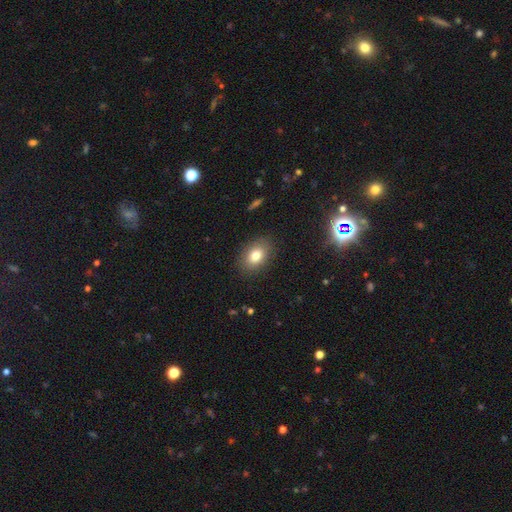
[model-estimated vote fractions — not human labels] smooth_or_featured: smooth (p=0.79) [alt: featured or disk p=0.11]
how_rounded: in between (p=0.77) [alt: round p=0.22]
merging: none (p=0.87) [alt: minor disturbance p=0.09]